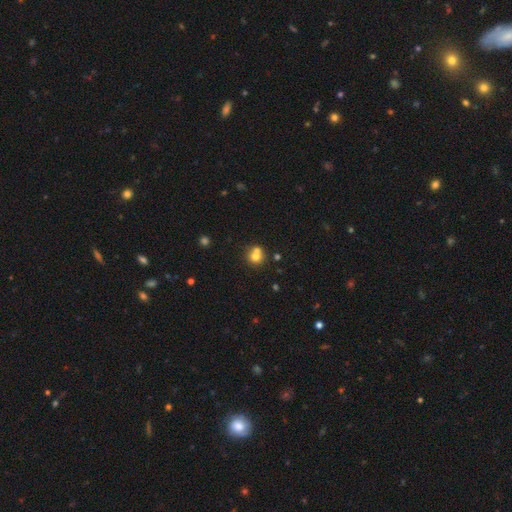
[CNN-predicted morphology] Smooth or featured: smooth — 72% (featured or disk — 15%)
How rounded: round — 86% (in between — 13%)
Merging: merger — 46% (none — 44%)